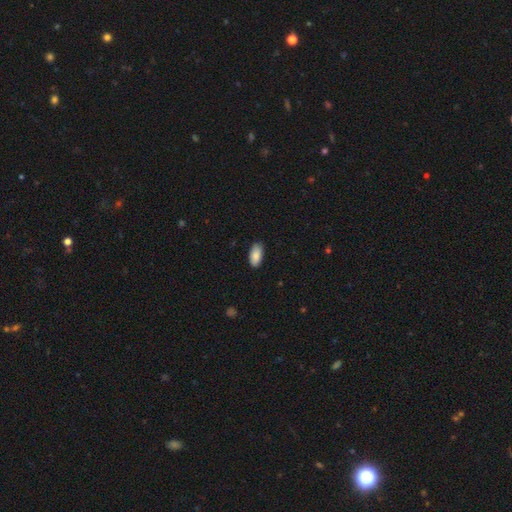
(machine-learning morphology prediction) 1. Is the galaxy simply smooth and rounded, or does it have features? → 89% smooth, 6% star or artifact, 5% featured or disk.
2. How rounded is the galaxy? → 93% in between, 5% cigar-shaped, 2% round.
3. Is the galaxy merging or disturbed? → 86% none, 12% minor disturbance, 2% major disturbance, 1% merger.